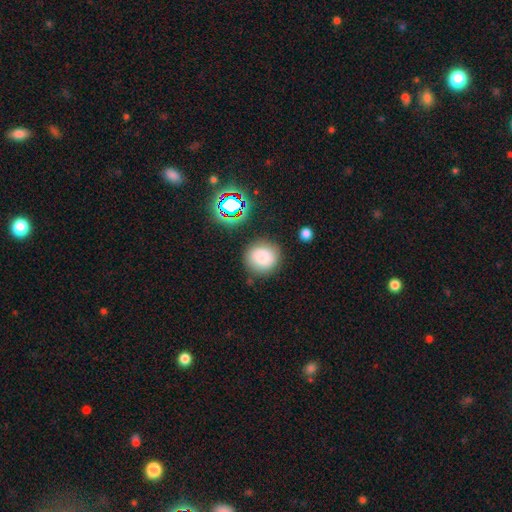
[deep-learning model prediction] Q: Smooth or featured?
A: smooth (80%); runner-up: star or artifact (13%)
Q: How rounded?
A: round (89%); runner-up: in between (10%)
Q: Merging?
A: none (83%); runner-up: minor disturbance (11%)